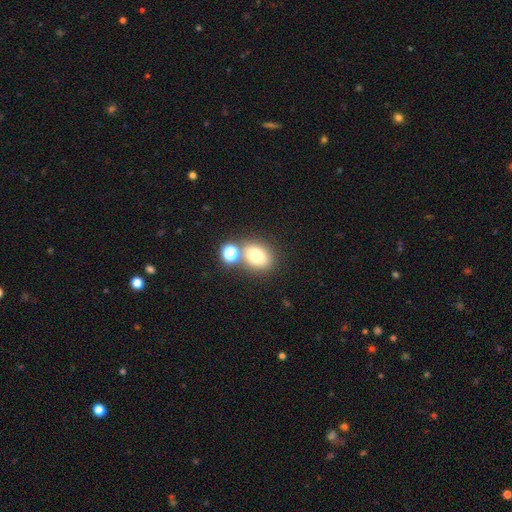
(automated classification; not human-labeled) Smooth or featured: smooth — 74% (star or artifact — 15%)
How rounded: round — 53% (in between — 46%)
Merging: none — 65% (merger — 20%)